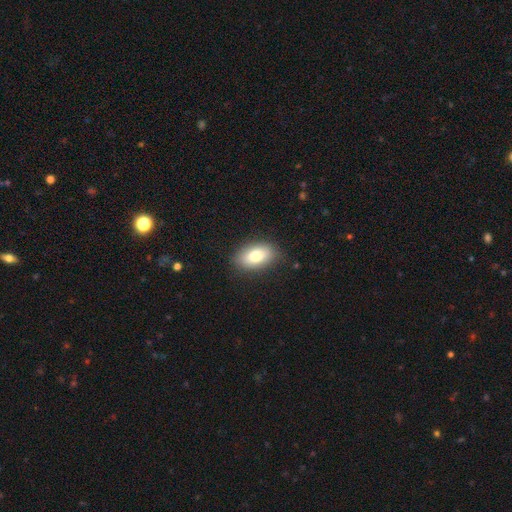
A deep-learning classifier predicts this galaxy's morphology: type=smooth (79%); roundness=in between (91%); merging=none (85%).